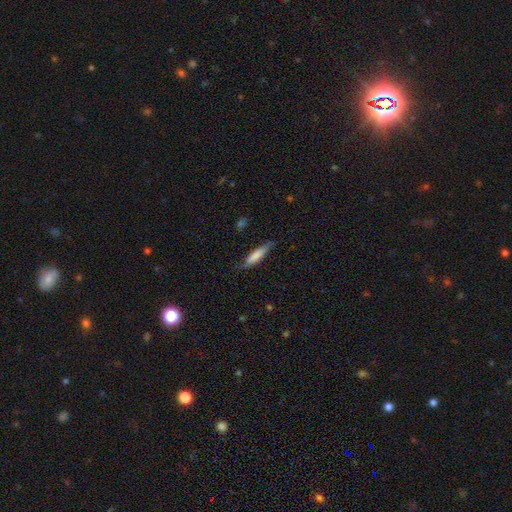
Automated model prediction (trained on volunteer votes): The model was most divided on "smooth or featured": smooth: 71%, featured or disk: 23%, star or artifact: 6%. More confident: how rounded — cigar-shaped (78%); merging — none (74%).